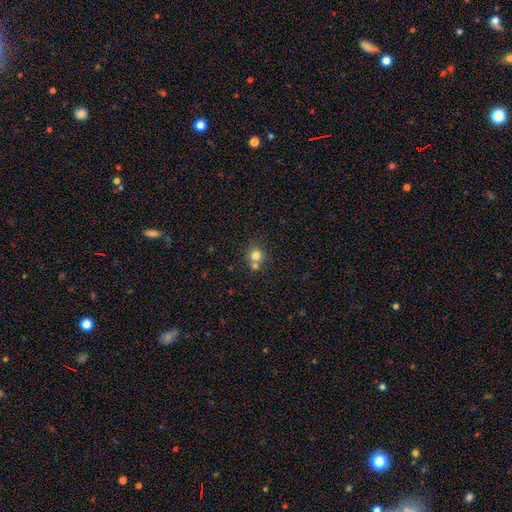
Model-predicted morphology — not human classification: This is likely a smooth galaxy (77%). How rounded: clearly round (87%). Merging: possibly none (51%).